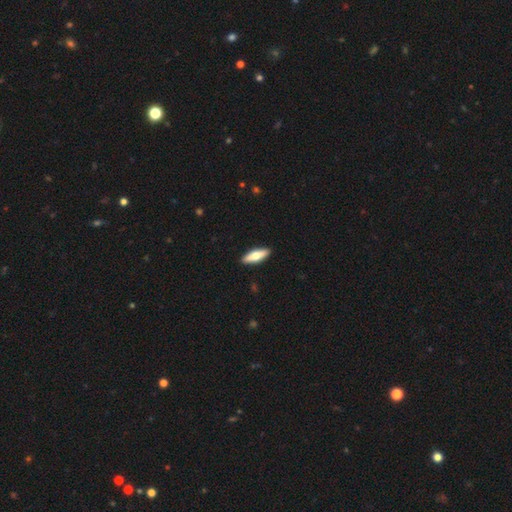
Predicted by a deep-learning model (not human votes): Morphology: type=smooth (61%); roundness=cigar-shaped (49%); merging=none (91%).